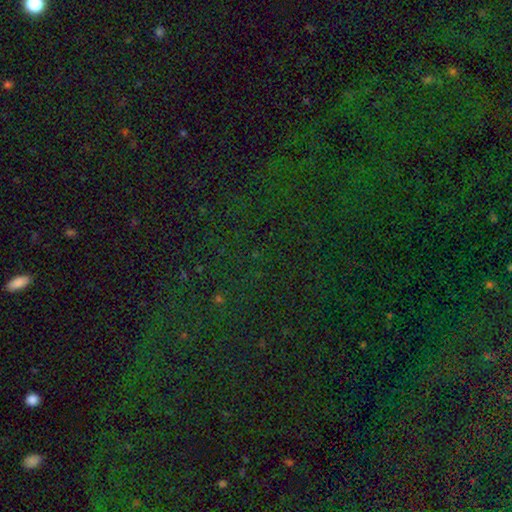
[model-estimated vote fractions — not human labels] Smooth or featured? Predicted: star or artifact (p=0.82).